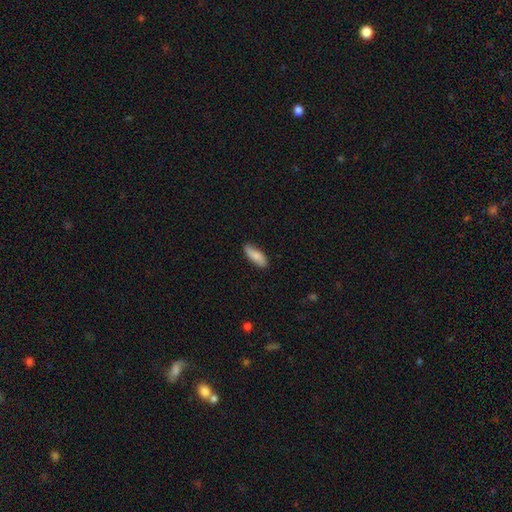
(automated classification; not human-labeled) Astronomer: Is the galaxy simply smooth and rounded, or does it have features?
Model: smooth — 81%.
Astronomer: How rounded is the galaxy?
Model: in between — 69%.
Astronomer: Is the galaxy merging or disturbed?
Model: none — 78%.